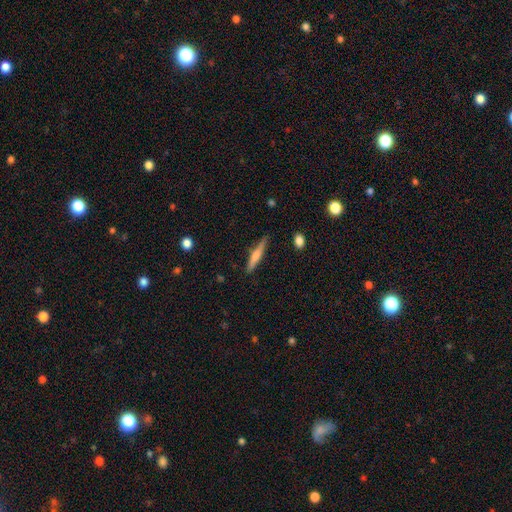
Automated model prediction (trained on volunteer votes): This appears to be a smooth galaxy with no disk features (54%) that is cigar-shaped (90%). Merging: none (83%).